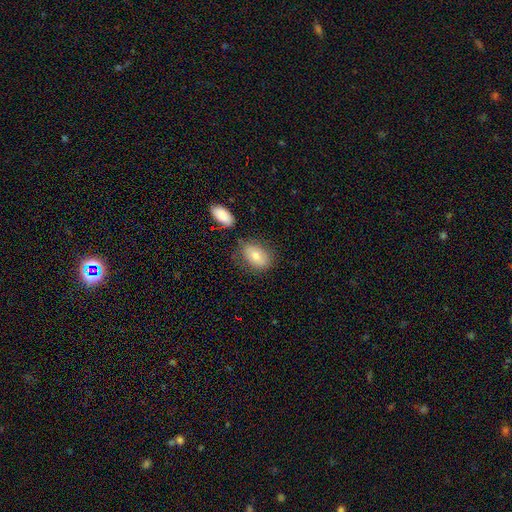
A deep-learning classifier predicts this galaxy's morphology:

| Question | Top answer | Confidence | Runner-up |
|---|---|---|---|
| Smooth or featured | smooth | 75% | featured or disk (17%) |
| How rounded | in between | 84% | round (14%) |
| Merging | none | 71% | minor disturbance (17%) |